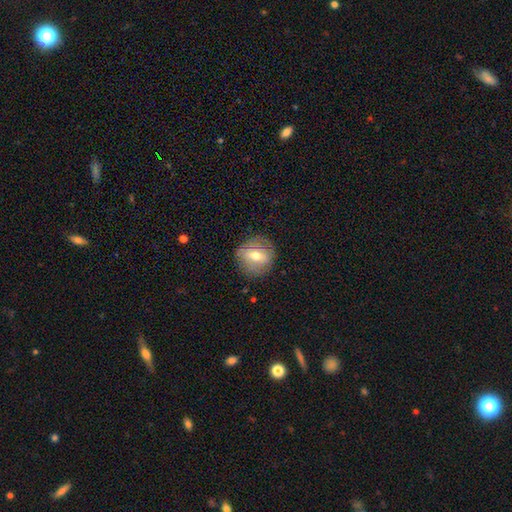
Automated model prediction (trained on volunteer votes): Smooth or featured? Predicted: smooth (p=0.49). Merging? Predicted: none (p=0.81).